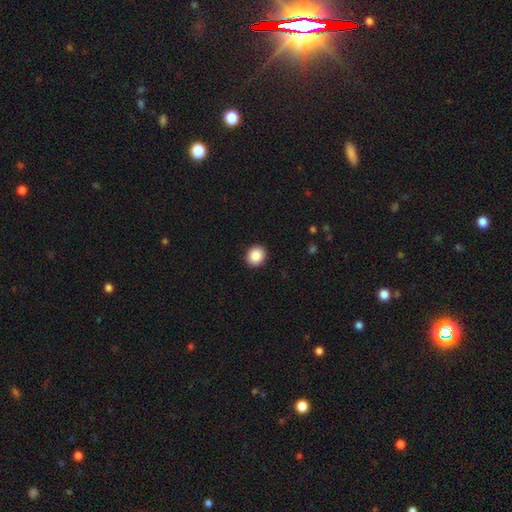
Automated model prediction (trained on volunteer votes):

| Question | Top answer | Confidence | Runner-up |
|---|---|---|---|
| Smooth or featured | smooth | 88% | star or artifact (8%) |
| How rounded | round | 77% | in between (22%) |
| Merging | none | 92% | minor disturbance (5%) |